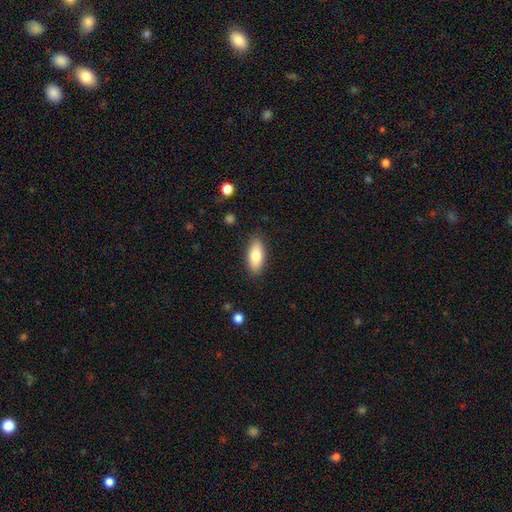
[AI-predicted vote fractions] This is clearly a smooth galaxy (81%). How rounded: clearly in between (83%). Merging: clearly none (87%).